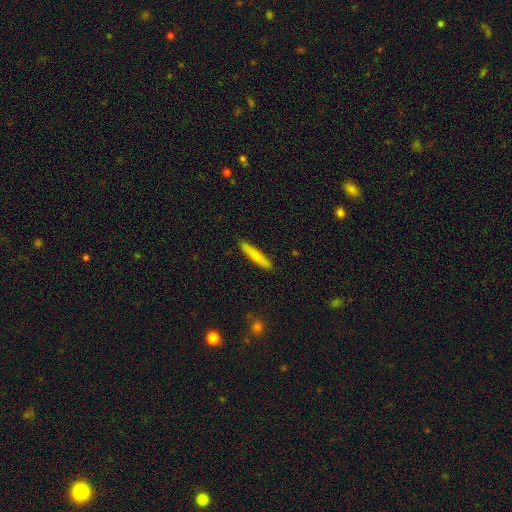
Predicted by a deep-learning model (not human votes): Morphology: type=smooth (77%); roundness=cigar-shaped (94%); merging=none (90%).